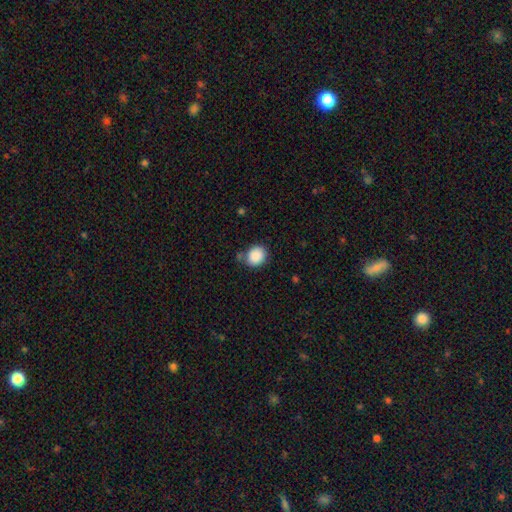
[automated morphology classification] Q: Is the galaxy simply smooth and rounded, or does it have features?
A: smooth — 89%.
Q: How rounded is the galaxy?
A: round — 72%.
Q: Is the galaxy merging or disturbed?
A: none — 77%.